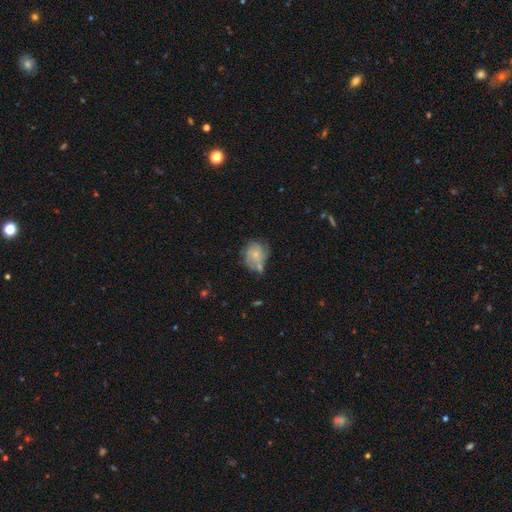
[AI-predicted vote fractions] Overall: featured or disk (50%; smooth 42%). Merging: none (44%; minor disturbance 26%).